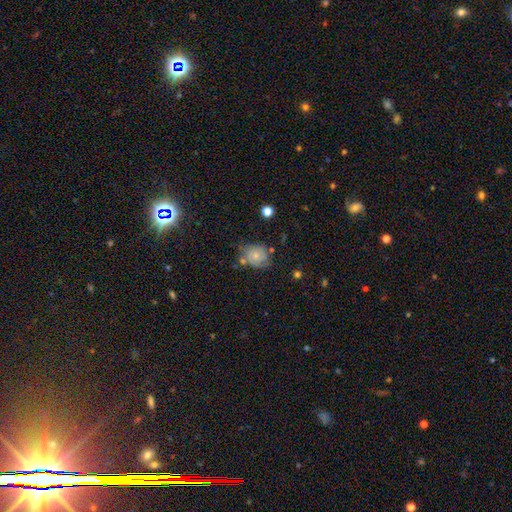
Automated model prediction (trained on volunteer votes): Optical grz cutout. It shows a smooth galaxy with no disk features (66%) that is round (74%). Merging: none (61%).